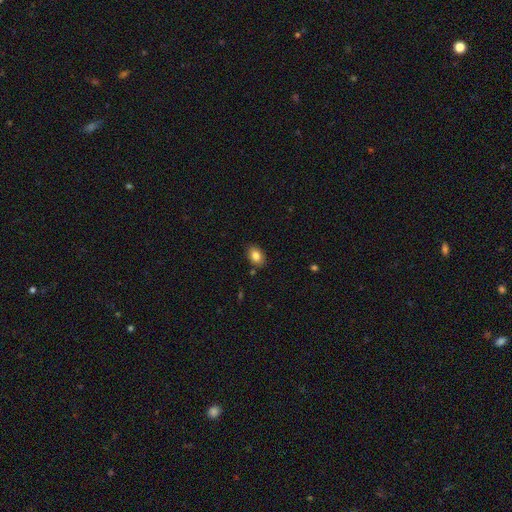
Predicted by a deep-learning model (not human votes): Overall: smooth (84%). How rounded: in between (81%). Merging: none (85%).